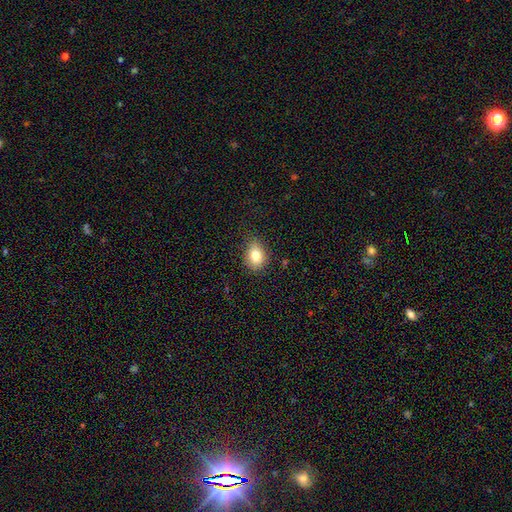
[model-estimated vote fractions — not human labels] Q: Smooth or featured?
A: smooth (81%); runner-up: star or artifact (10%)
Q: How rounded?
A: in between (61%); runner-up: round (38%)
Q: Merging?
A: none (76%); runner-up: minor disturbance (19%)